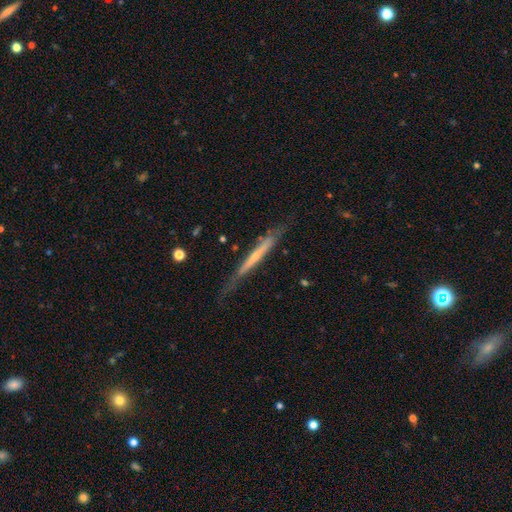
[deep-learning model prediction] This appears to be a featured or disk galaxy (63%) viewed edge-on (92%) with no central bulge (61%). Merging: none (68%).